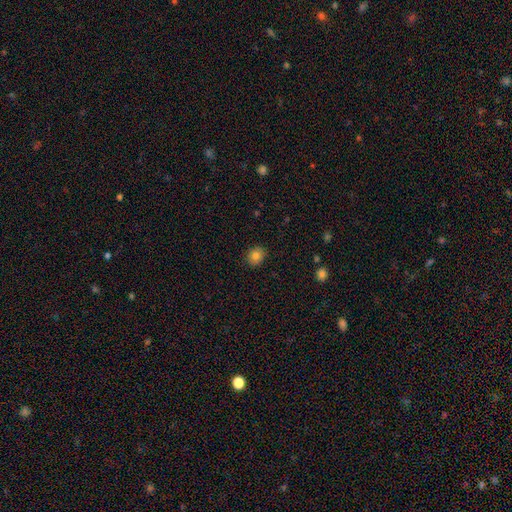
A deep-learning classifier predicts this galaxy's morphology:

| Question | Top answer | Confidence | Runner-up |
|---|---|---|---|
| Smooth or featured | smooth | 83% | star or artifact (10%) |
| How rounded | round | 69% | in between (31%) |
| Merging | none | 89% | minor disturbance (8%) |